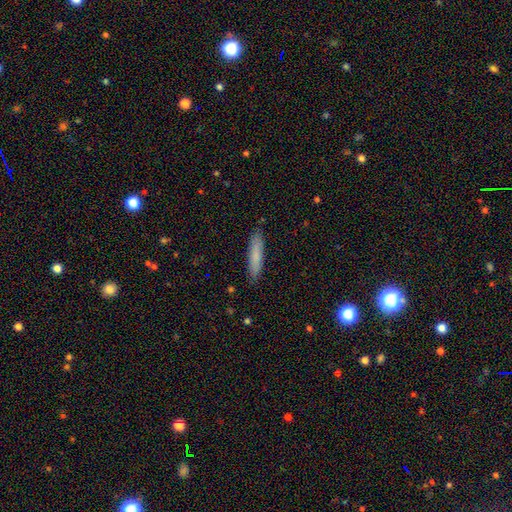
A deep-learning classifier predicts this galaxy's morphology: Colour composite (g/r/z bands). It shows a smooth galaxy with no disk features (78%) that is cigar-shaped (85%). Merging: none (88%).